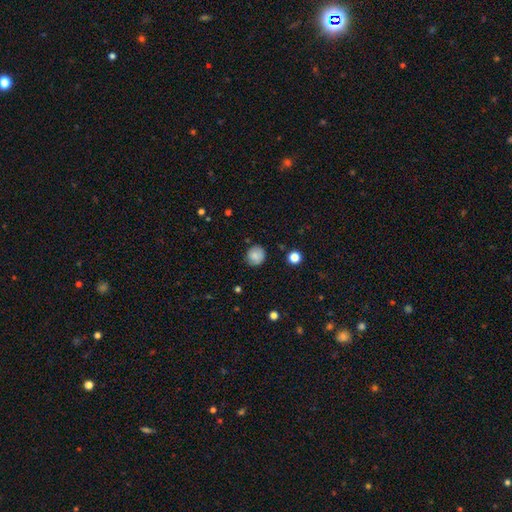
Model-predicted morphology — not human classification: Overall: smooth (81%). How rounded: round (89%). Merging: none (82%).